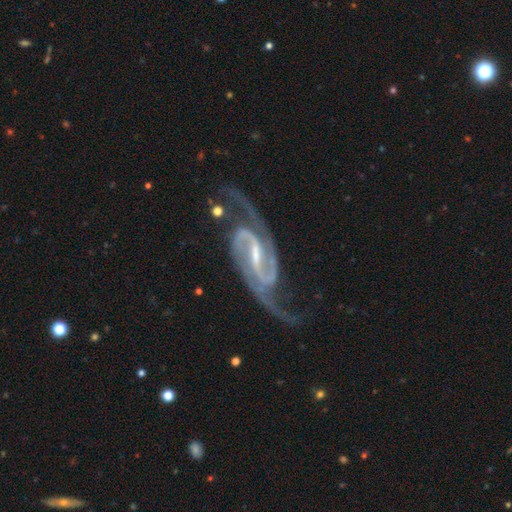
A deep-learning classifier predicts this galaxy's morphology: The model was most divided on "bar": strong: 55%, weak: 36%, no: 9%. More confident: spiral arms — yes (99%); edge-on disk — no (97%); smooth or featured — featured or disk (94%); spiral arm count — 2 (90%); merging — none (66%); bulge size — small (62%); spiral winding — medium (58%).